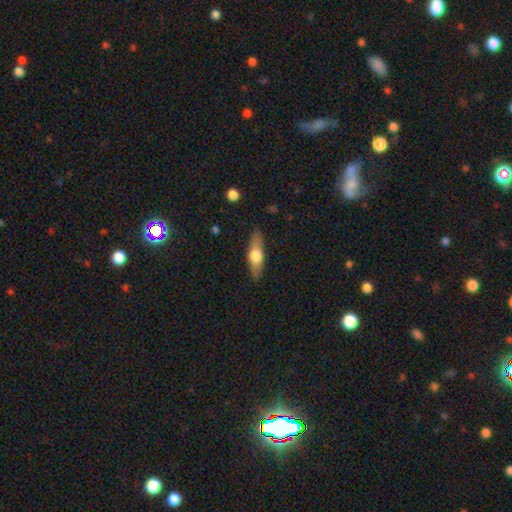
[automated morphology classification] Smooth or featured? smooth (49%)
Merging? none (85%)